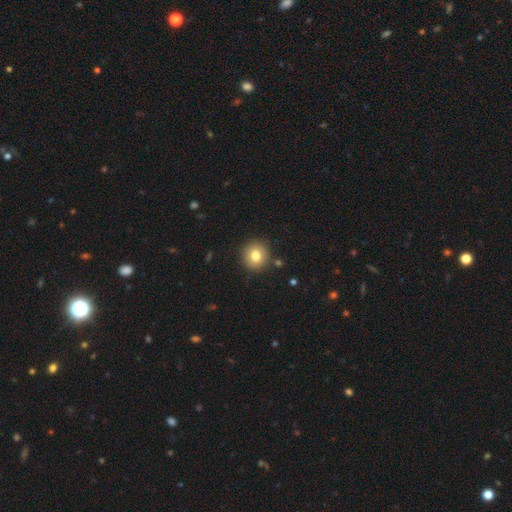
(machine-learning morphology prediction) type=smooth (79%); roundness=round (91%); merging=none (88%).